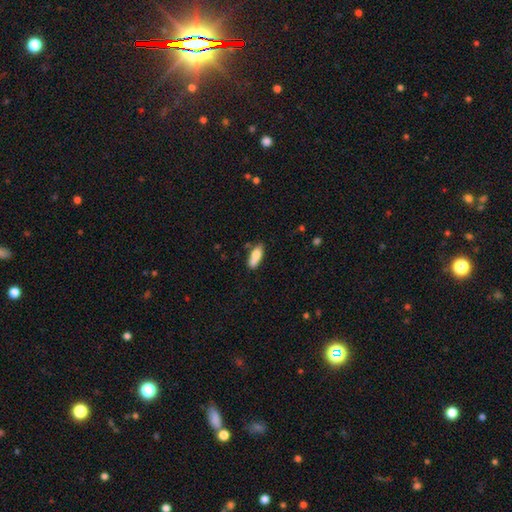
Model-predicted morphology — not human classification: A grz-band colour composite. It shows a smooth galaxy with no disk features (78%) that is in between round and cigar-shaped (68%). Merging: none (59%).